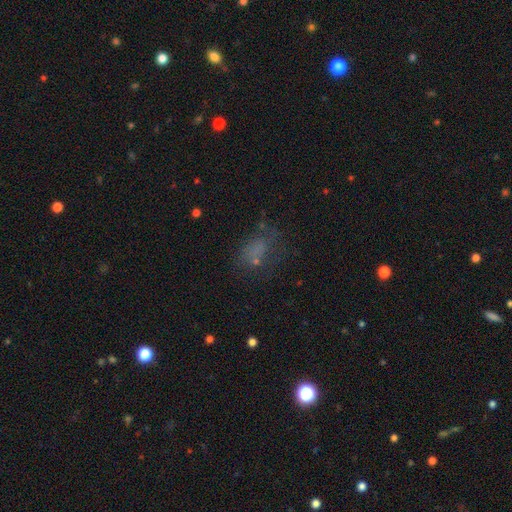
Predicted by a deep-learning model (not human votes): A smooth galaxy with no disk features (54%) that is in between round and cigar-shaped (73%).

Vote fractions:
- Smooth or featured? smooth: 54% / star or artifact: 27% / featured or disk: 19%
- How rounded? in between: 73% / round: 24% / cigar-shaped: 3%
- Merging? none: 51% / major disturbance: 23% / minor disturbance: 22% / merger: 4%